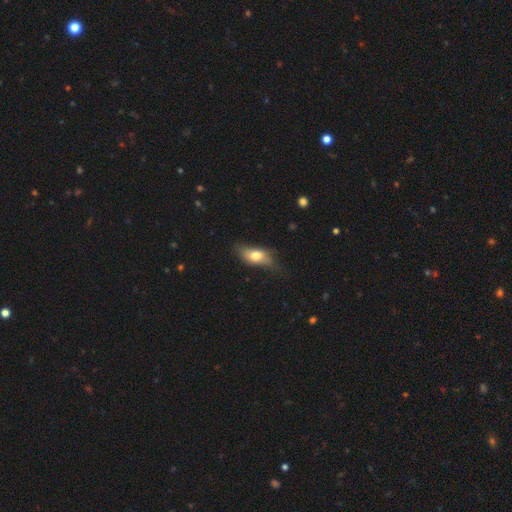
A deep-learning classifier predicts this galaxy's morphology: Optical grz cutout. It shows a smooth galaxy with no disk features (71%) that is in between round and cigar-shaped (83%). Merging: none (57%).